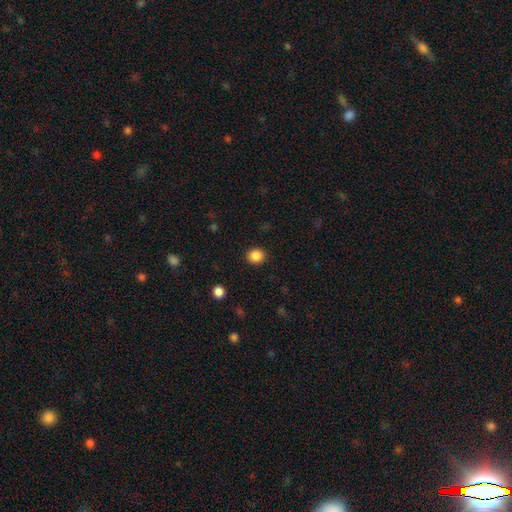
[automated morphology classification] A smooth galaxy with no disk features (87%) that is round (80%). Merging: none (91%).